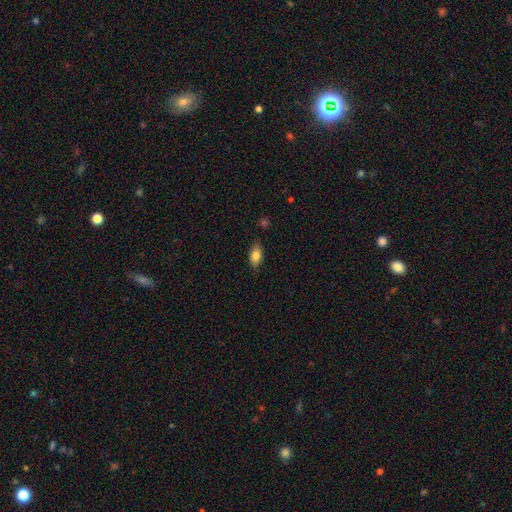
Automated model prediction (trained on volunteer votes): A smooth galaxy with no disk features (81%) that is in between round and cigar-shaped (88%). Merging: none (83%).